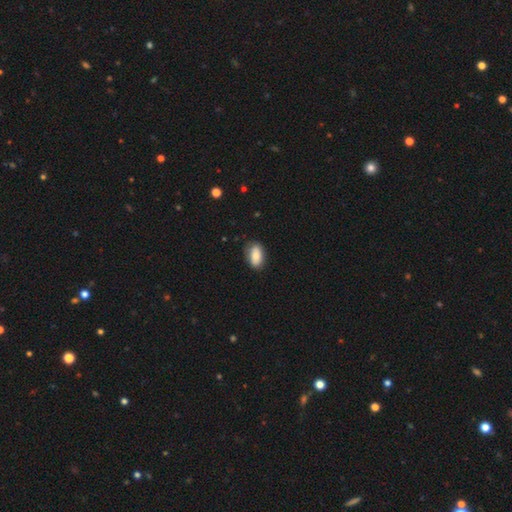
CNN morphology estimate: This is clearly a smooth galaxy (82%). How rounded: clearly in between (92%). Merging: likely none (79%).